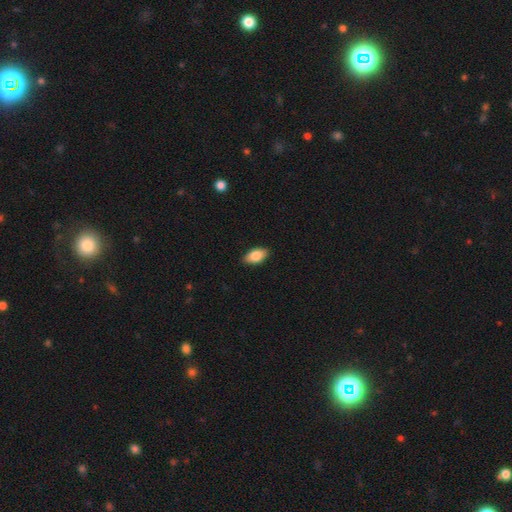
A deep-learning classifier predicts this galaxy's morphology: Q: Smooth or featured?
A: smooth (86%); runner-up: featured or disk (8%)
Q: How rounded?
A: in between (93%); runner-up: round (4%)
Q: Merging?
A: none (88%); runner-up: minor disturbance (9%)